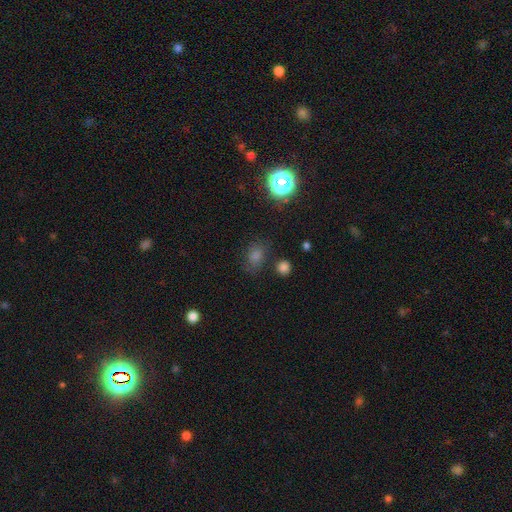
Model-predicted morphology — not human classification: This is possibly a smooth galaxy (59%). How rounded: possibly in between (52%). Merging: likely none (75%).